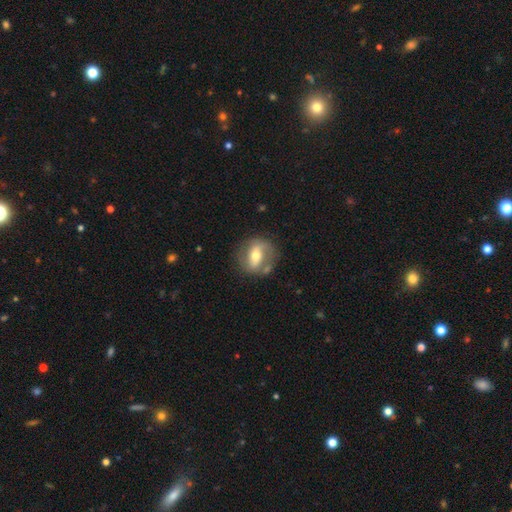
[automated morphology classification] A featured or disk galaxy (61%) with a strong bar (42%), spiral arms (64%) and a moderate central bulge (68%). Merging: none (70%).